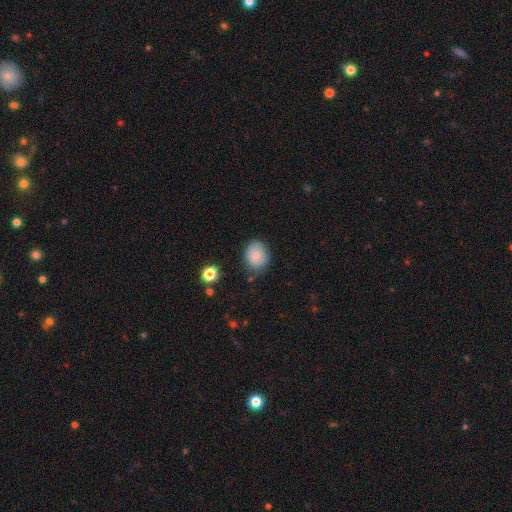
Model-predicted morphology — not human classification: Smooth or featured: smooth — 81% (featured or disk — 10%)
How rounded: round — 56% (in between — 44%)
Merging: none — 72% (minor disturbance — 20%)